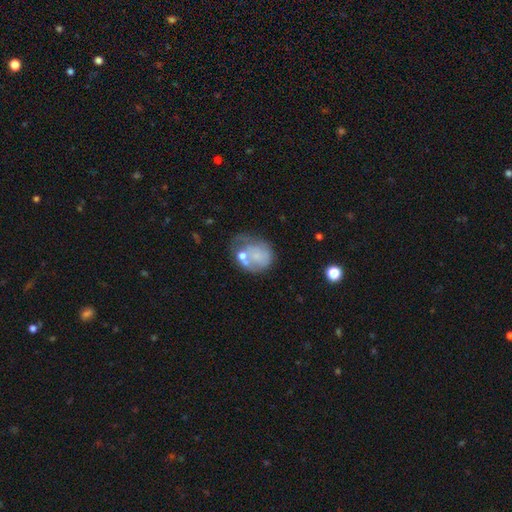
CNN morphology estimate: Smooth or featured?
  - smooth: 46% *
  - featured or disk: 44%
  - star or artifact: 10%
Merging?
  - none: 32% *
  - major disturbance: 27%
  - minor disturbance: 24%
  - merger: 16%